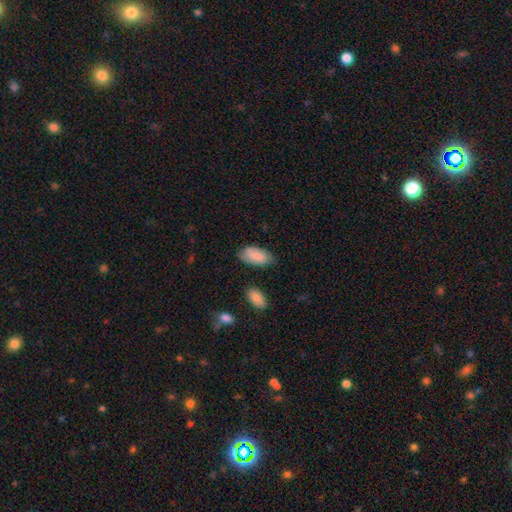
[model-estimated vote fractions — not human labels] Overall: smooth (85%). How rounded: in between (93%). Merging: none (73%).